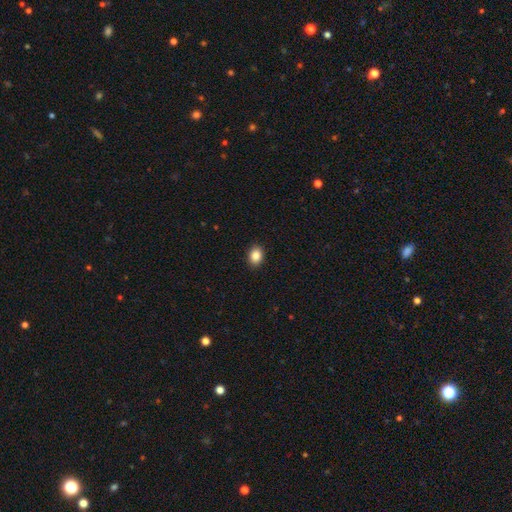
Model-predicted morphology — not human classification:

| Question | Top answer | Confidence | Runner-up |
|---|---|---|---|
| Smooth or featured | smooth | 87% | star or artifact (9%) |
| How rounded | in between | 65% | round (34%) |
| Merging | none | 90% | minor disturbance (7%) |